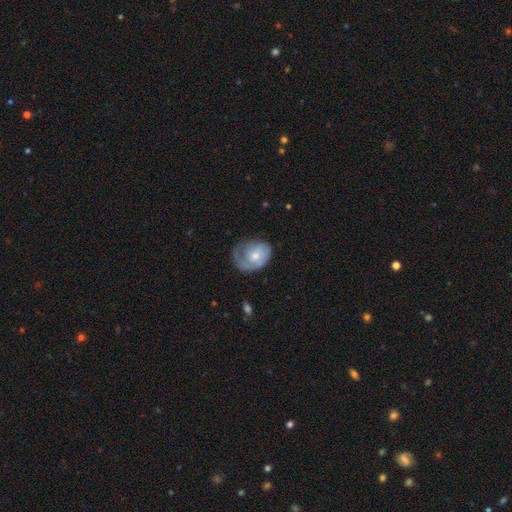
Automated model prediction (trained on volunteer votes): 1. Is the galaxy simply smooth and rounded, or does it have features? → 61% featured or disk, 33% smooth, 6% star or artifact.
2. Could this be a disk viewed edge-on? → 97% no, 3% yes.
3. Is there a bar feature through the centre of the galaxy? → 75% no, 22% weak, 3% strong.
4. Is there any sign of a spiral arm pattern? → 80% yes, 20% no.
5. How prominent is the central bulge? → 49% small, 44% moderate, 3% large, 2% none, 1% dominant.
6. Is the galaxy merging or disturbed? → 44% none, 29% minor disturbance, 26% major disturbance, 2% merger.